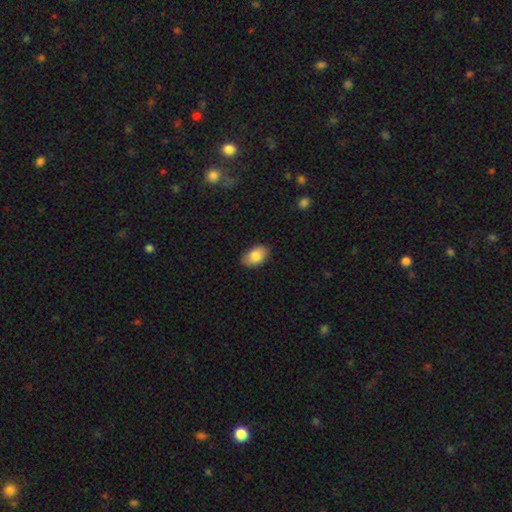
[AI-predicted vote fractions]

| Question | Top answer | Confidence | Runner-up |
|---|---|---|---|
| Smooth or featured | smooth | 84% | featured or disk (9%) |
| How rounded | in between | 92% | round (7%) |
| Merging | none | 86% | minor disturbance (11%) |